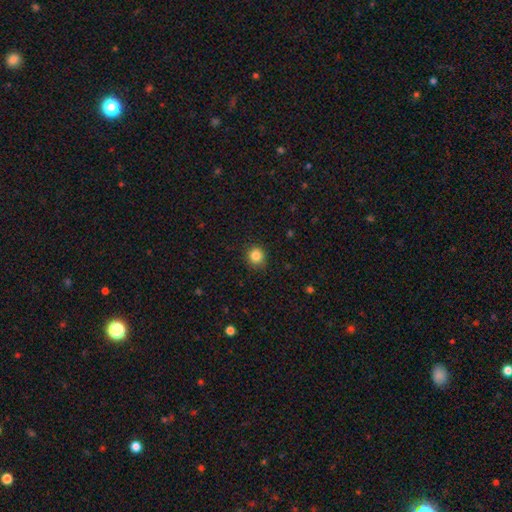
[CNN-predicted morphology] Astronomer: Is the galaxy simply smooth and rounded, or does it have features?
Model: smooth — 85%.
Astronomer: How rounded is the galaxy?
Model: round — 88%.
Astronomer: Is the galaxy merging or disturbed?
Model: none — 89%.